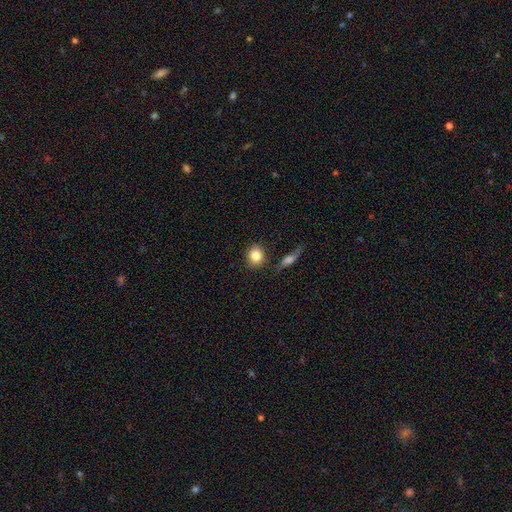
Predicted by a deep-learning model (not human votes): Smooth or featured? smooth (85%)
How rounded? round (77%)
Merging? none (80%)